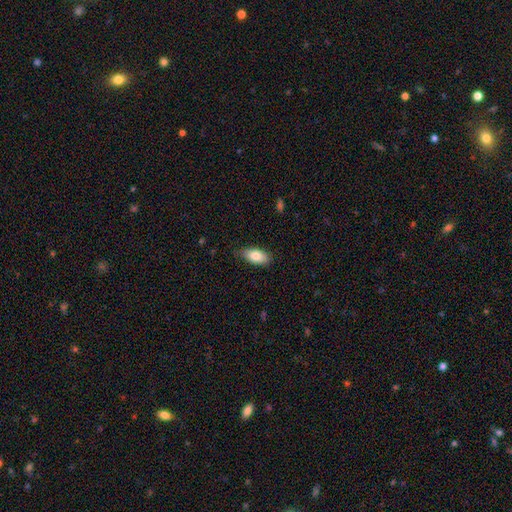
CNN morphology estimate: smooth_or_featured: smooth (p=0.82) [alt: featured or disk p=0.11]
how_rounded: in between (p=0.89) [alt: cigar-shaped p=0.08]
merging: none (p=0.78) [alt: minor disturbance p=0.18]